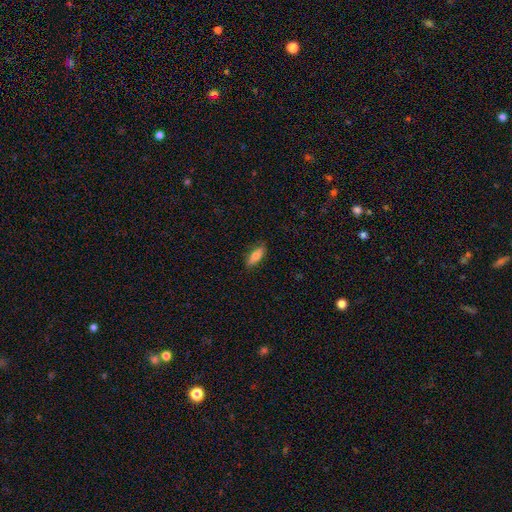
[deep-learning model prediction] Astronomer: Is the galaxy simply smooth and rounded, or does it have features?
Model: smooth — 73%.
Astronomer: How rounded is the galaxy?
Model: in between — 69%.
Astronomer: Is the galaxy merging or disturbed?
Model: none — 83%.